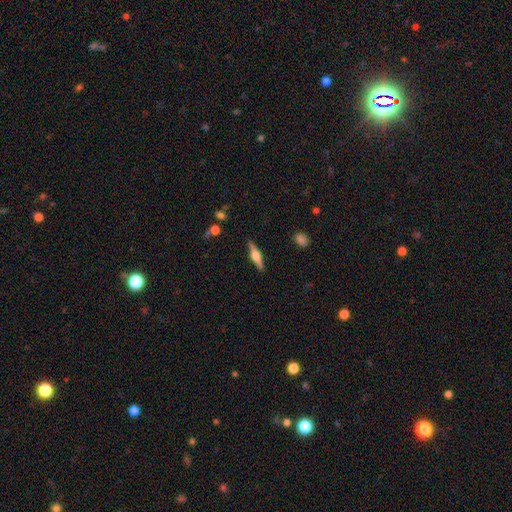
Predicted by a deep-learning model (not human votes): This appears to be a featured or disk galaxy (72%) viewed edge-on (98%) with a rounded central bulge (90%). Merging: none (90%).